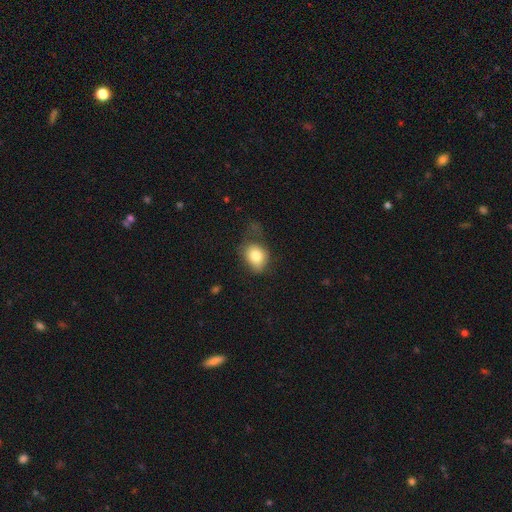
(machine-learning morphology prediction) A smooth galaxy with no disk features (79%) that is in between round and cigar-shaped (60%). Merging: none (45%).